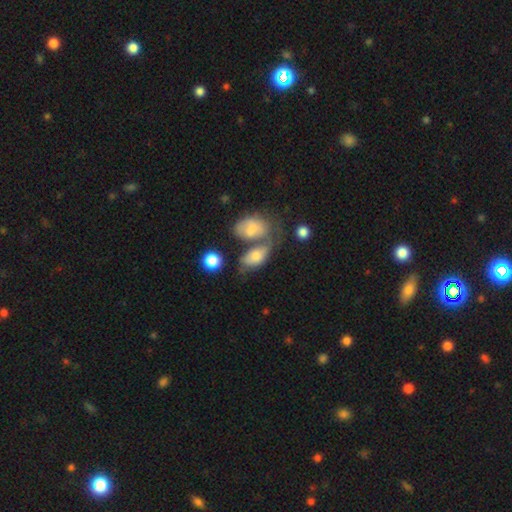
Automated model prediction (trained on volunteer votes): Q: Smooth or featured?
A: smooth (59%); runner-up: featured or disk (32%)
Q: How rounded?
A: in between (85%); runner-up: round (11%)
Q: Merging?
A: merger (40%); runner-up: none (29%)